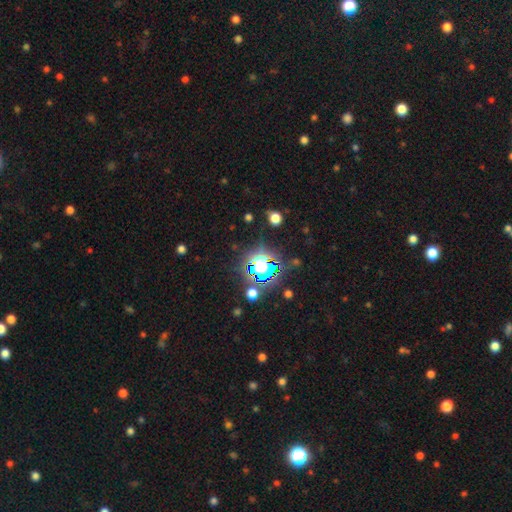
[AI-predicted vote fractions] This appears to be a star or artifact, not a galaxy (76%).